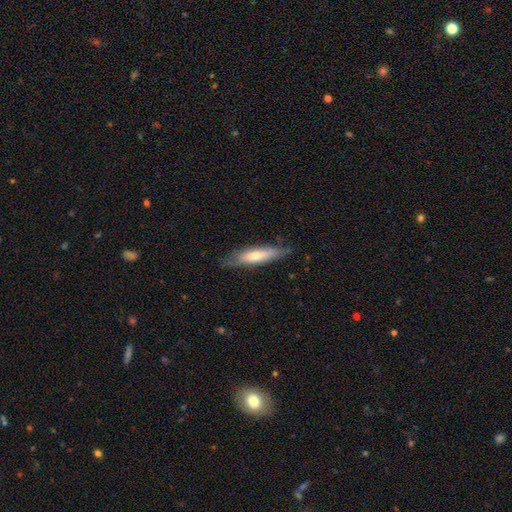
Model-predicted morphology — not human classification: A smooth galaxy with no disk features (60%) that is cigar-shaped (76%). Merging: none (79%).